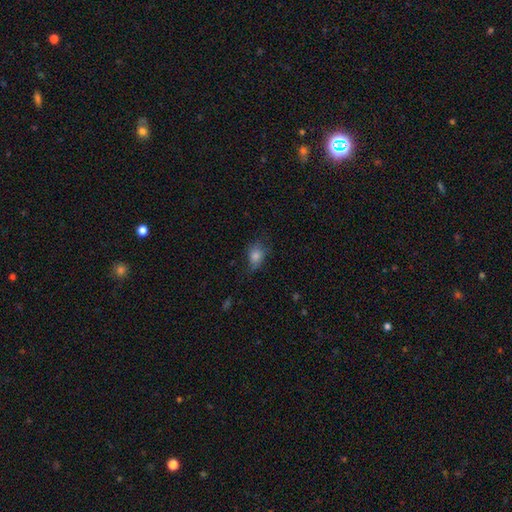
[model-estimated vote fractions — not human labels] A smooth galaxy with no disk features (75%) that is in between round and cigar-shaped (66%).

Vote fractions:
- Smooth or featured? smooth: 75% / featured or disk: 13% / star or artifact: 12%
- How rounded? in between: 66% / round: 32% / cigar-shaped: 2%
- Merging? none: 59% / minor disturbance: 28% / major disturbance: 11% / merger: 1%